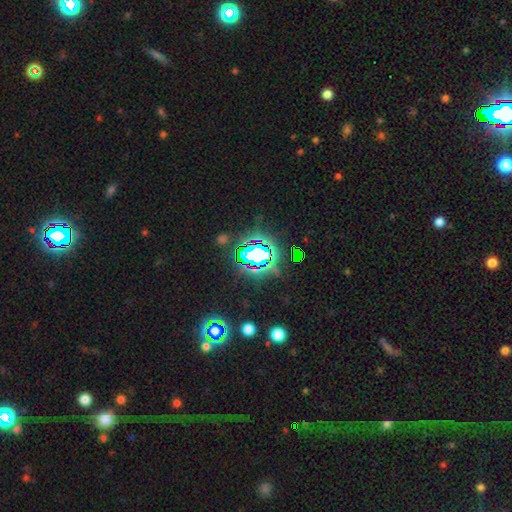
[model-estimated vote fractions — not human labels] A star or artifact, not a galaxy (80%).

Vote fractions:
- Smooth or featured? star or artifact: 80% / smooth: 12% / featured or disk: 9%